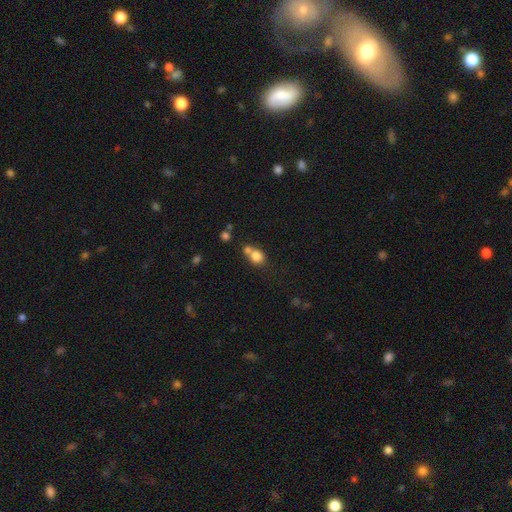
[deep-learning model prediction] Smooth or featured: smooth — 79% (star or artifact — 11%)
How rounded: round — 63% (in between — 36%)
Merging: merger — 49% (none — 37%)